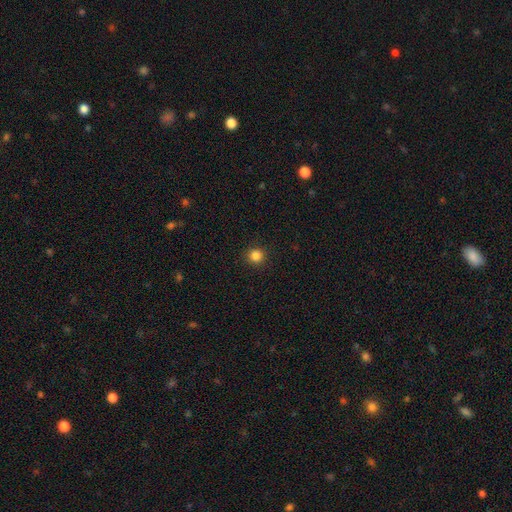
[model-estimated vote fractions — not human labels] This appears to be a smooth galaxy with no disk features (85%) that is round (94%). Merging: none (92%).